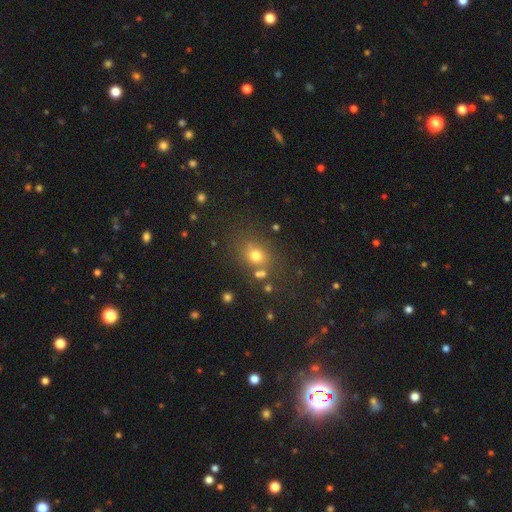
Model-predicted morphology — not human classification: smooth-or-featured: smooth: 71% | star or artifact: 19% | featured or disk: 10%
  how-rounded: round: 65% | in between: 34% | cigar-shaped: 1%
  merging: none: 68% | minor disturbance: 14% | merger: 12% | major disturbance: 6%